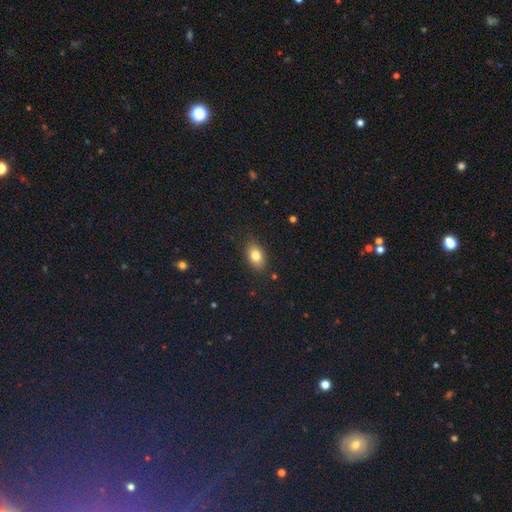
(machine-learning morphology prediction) Smooth or featured: smooth — 81% (featured or disk — 10%)
How rounded: in between — 85% (round — 13%)
Merging: none — 86% (minor disturbance — 10%)